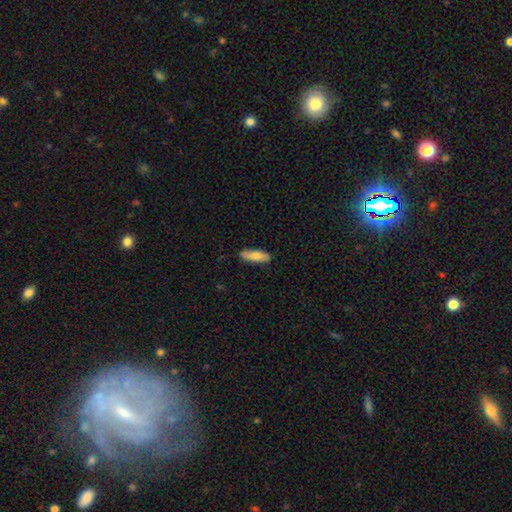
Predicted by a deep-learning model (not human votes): Overall: smooth (76%). How rounded: cigar-shaped (53%; in between 45%). Merging: none (83%).